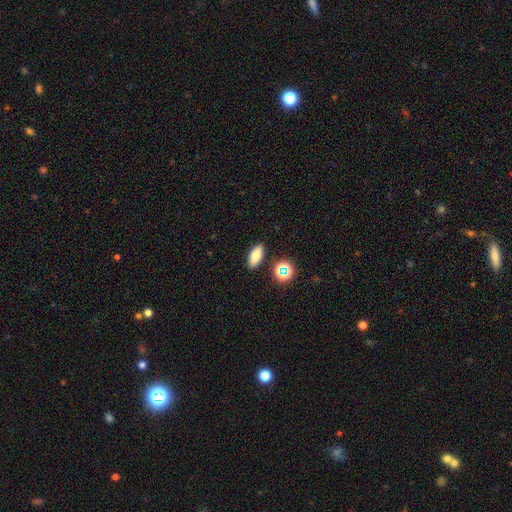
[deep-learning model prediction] Morphology: type=smooth (74%); roundness=in between (79%); merging=none (86%).